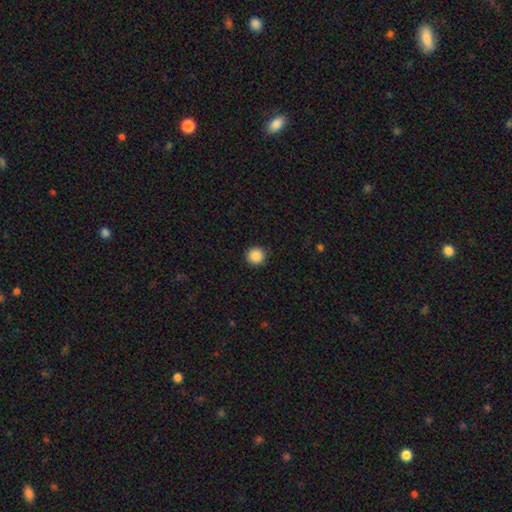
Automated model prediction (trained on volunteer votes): Morphology: type=smooth (88%); roundness=round (95%); merging=none (92%).